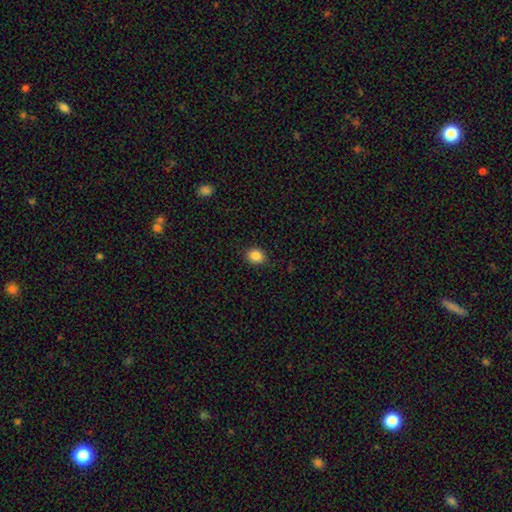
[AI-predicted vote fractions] This is clearly a smooth galaxy (86%). How rounded: possibly round (60%). Merging: clearly none (88%).